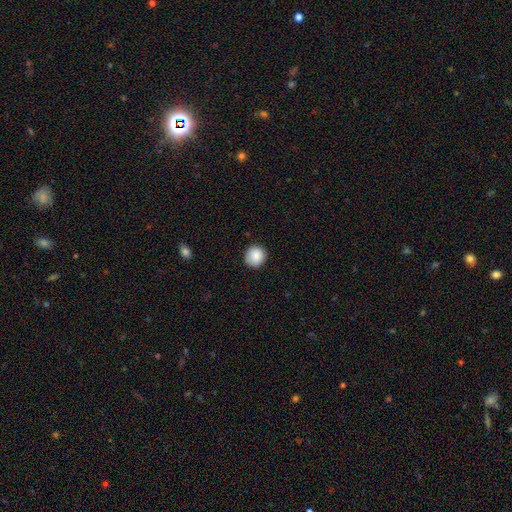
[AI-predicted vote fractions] Smooth or featured?
  - smooth: 88% *
  - star or artifact: 8%
  - featured or disk: 4%
How rounded?
  - round: 93% *
  - in between: 6%
  - cigar-shaped: 1%
Merging?
  - none: 90% *
  - minor disturbance: 8%
  - major disturbance: 2%
  - merger: 1%